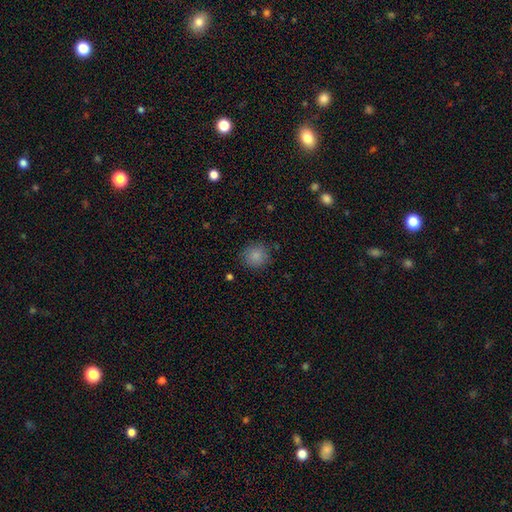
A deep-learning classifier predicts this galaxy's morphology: Smooth or featured?
  - smooth: 85% *
  - star or artifact: 10%
  - featured or disk: 5%
How rounded?
  - round: 89% *
  - in between: 10%
  - cigar-shaped: 1%
Merging?
  - none: 85% *
  - minor disturbance: 11%
  - major disturbance: 3%
  - merger: 1%